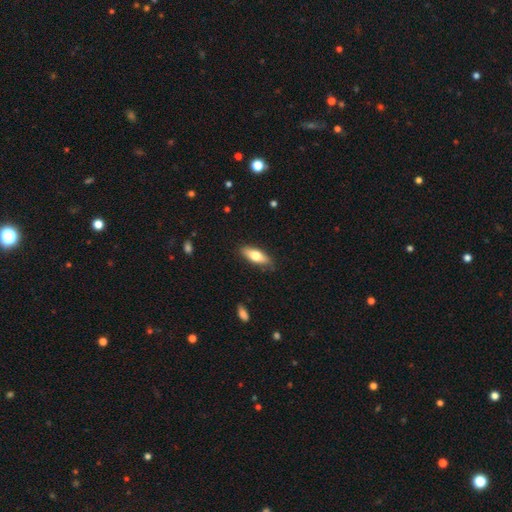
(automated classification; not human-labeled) Q: Smooth or featured?
A: smooth (68%); runner-up: featured or disk (26%)
Q: How rounded?
A: in between (65%); runner-up: cigar-shaped (32%)
Q: Merging?
A: none (85%); runner-up: minor disturbance (12%)